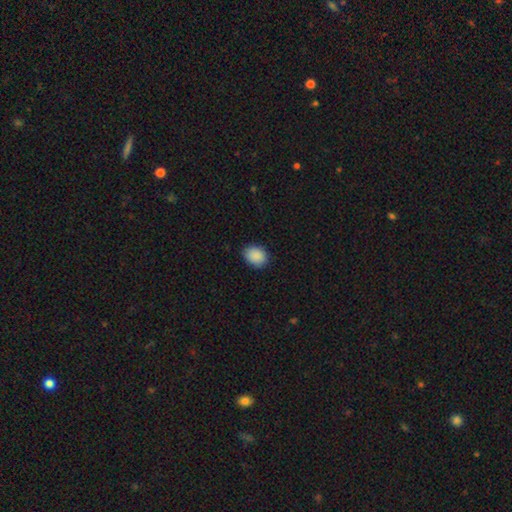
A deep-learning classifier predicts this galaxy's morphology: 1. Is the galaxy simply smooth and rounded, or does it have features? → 89% smooth, 8% star or artifact, 3% featured or disk.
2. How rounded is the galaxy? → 58% in between, 41% round, 1% cigar-shaped.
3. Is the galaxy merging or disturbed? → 85% none, 11% minor disturbance, 2% major disturbance, 1% merger.